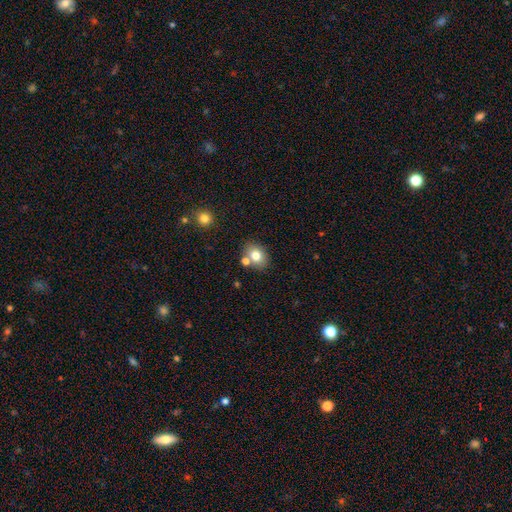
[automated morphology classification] smooth_or_featured: smooth (p=0.78) [alt: featured or disk p=0.12]
how_rounded: in between (p=0.58) [alt: round p=0.41]
merging: none (p=0.69) [alt: merger p=0.17]